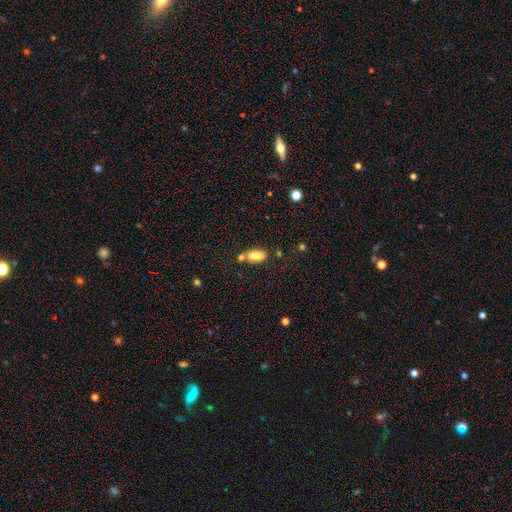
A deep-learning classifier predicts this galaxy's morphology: Overall: smooth (75%). How rounded: in between (85%). Merging: none (45%; merger 35%).